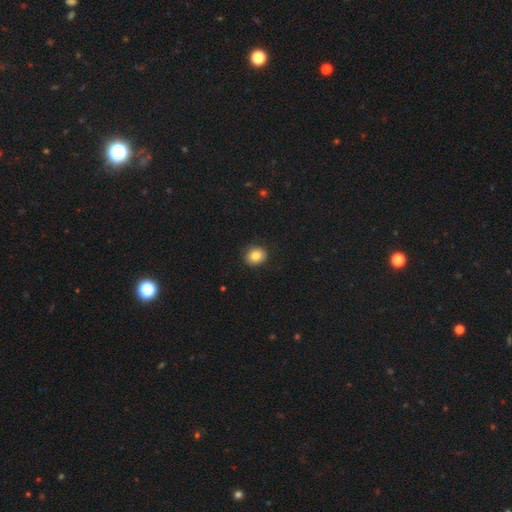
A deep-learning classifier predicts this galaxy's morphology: The model was most divided on "how rounded": round: 62%, in between: 37%, cigar-shaped: 1%. More confident: merging — none (88%); smooth or featured — smooth (83%).